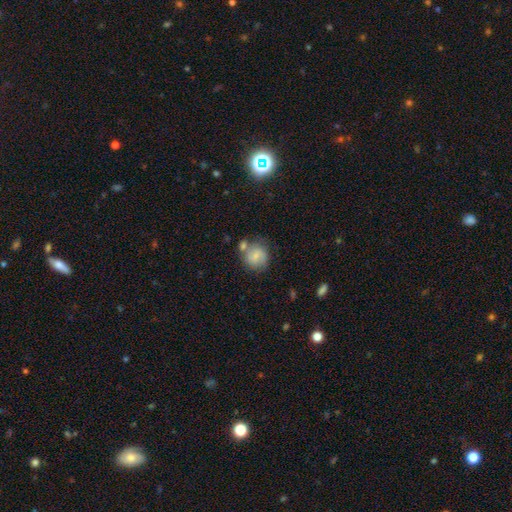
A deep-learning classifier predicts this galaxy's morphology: smooth-or-featured: smooth: 76% | featured or disk: 16% | star or artifact: 8%
  how-rounded: round: 83% | in between: 16% | cigar-shaped: 1%
  merging: none: 54% | merger: 22% | minor disturbance: 17% | major disturbance: 6%